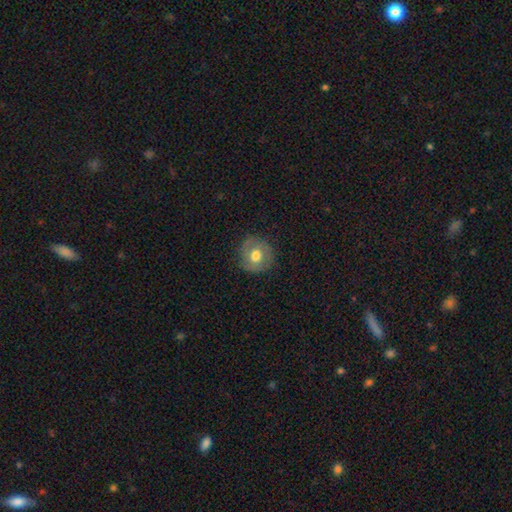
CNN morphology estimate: A smooth galaxy with no disk features (62%) that is round (89%).

Vote fractions:
- Smooth or featured? smooth: 62% / featured or disk: 29% / star or artifact: 8%
- How rounded? round: 89% / in between: 10% / cigar-shaped: 1%
- Merging? none: 80% / minor disturbance: 15% / major disturbance: 4% / merger: 1%